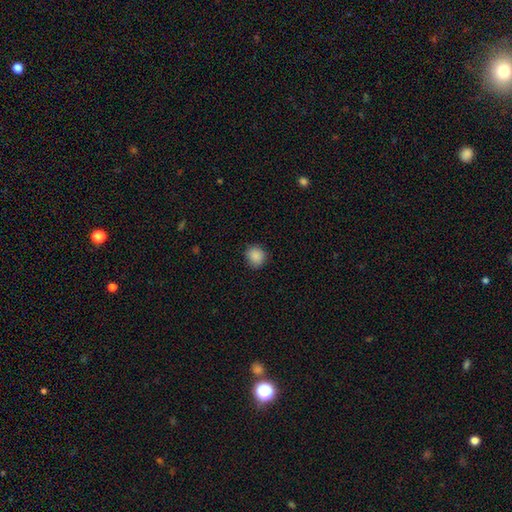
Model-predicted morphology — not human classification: smooth 87%, star or artifact 9%, featured or disk 3%. Down the decision tree: how rounded — round (82%); merging — none (86%).